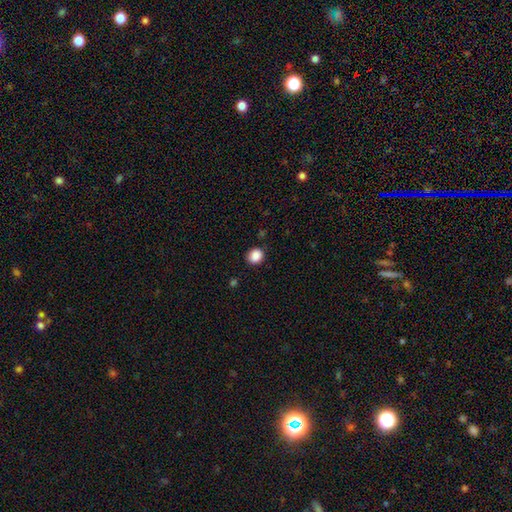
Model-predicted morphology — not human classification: The model was most divided on "how rounded": round: 72%, in between: 28%, cigar-shaped: 1%. More confident: smooth or featured — smooth (88%); merging — none (86%).